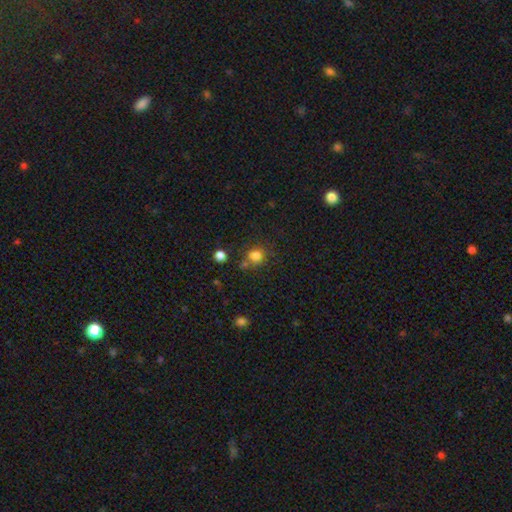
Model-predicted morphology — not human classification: A smooth galaxy with no disk features (80%) that is round (76%).

Vote fractions:
- Smooth or featured? smooth: 80% / star or artifact: 14% / featured or disk: 6%
- How rounded? round: 76% / in between: 23% / cigar-shaped: 1%
- Merging? none: 66% / merger: 15% / minor disturbance: 14% / major disturbance: 5%